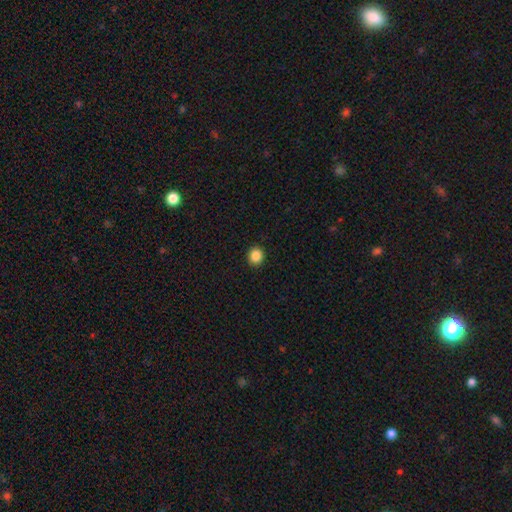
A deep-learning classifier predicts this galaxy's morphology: Smooth or featured?
  - smooth: 87% *
  - star or artifact: 10%
  - featured or disk: 3%
How rounded?
  - round: 85% *
  - in between: 14%
  - cigar-shaped: 1%
Merging?
  - none: 92% *
  - minor disturbance: 5%
  - major disturbance: 2%
  - merger: 1%